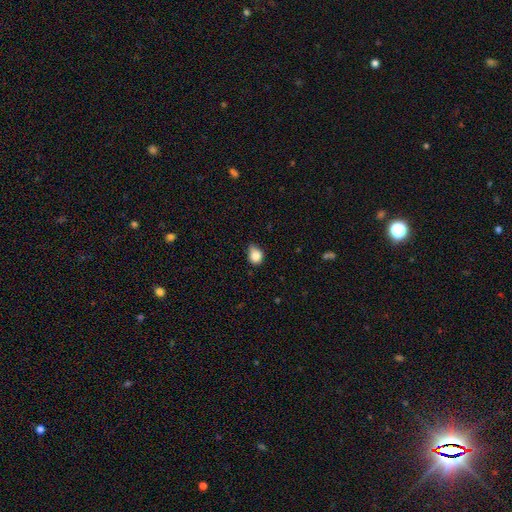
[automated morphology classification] This appears to be a smooth galaxy with no disk features (85%) that is round (52%). Merging: none (49%).